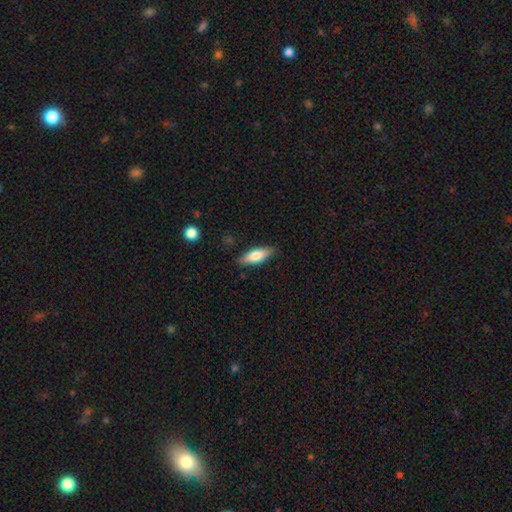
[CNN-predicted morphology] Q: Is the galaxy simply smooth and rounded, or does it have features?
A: smooth — 69%.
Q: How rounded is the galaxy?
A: in between — 63%.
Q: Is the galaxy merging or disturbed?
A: none — 84%.